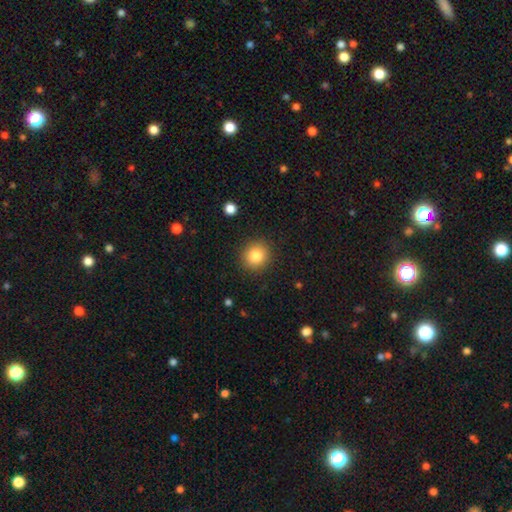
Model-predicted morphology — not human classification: Overall: smooth (84%). How rounded: round (85%). Merging: none (90%).